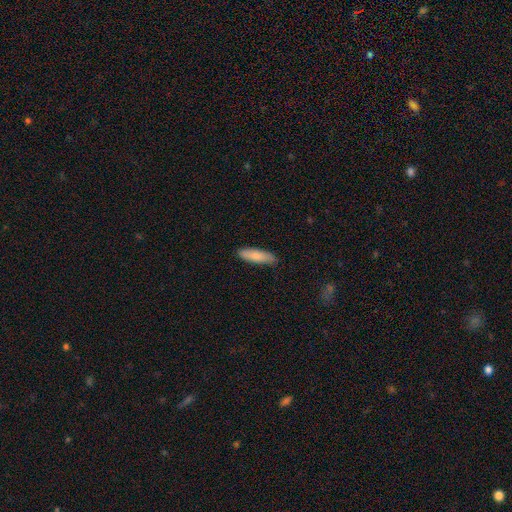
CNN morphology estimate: smooth 83%, featured or disk 11%, star or artifact 5%. Down the decision tree: how rounded — cigar-shaped (61%); merging — none (85%).